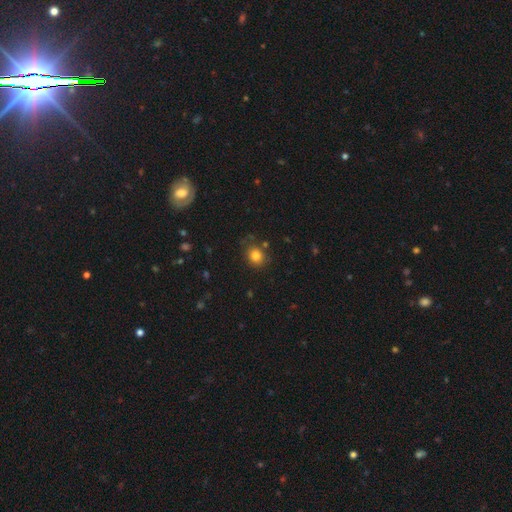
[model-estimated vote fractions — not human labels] This is clearly a smooth galaxy (82%). How rounded: likely round (70%). Merging: likely none (78%).